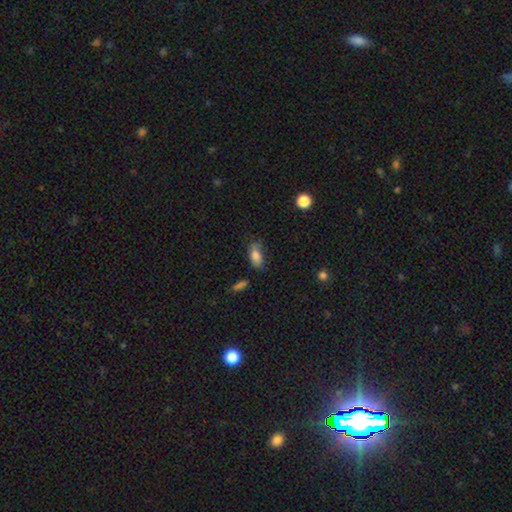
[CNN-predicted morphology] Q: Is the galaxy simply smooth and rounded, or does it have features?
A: smooth — 79%.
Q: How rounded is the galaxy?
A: in between — 88%.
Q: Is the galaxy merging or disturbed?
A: none — 55%.